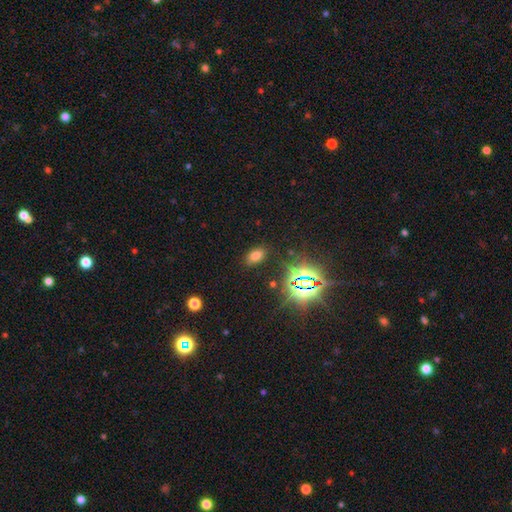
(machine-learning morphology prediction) The model was most divided on "smooth or featured": smooth: 62%, star or artifact: 29%, featured or disk: 8%. More confident: how rounded — in between (88%); merging — none (86%).